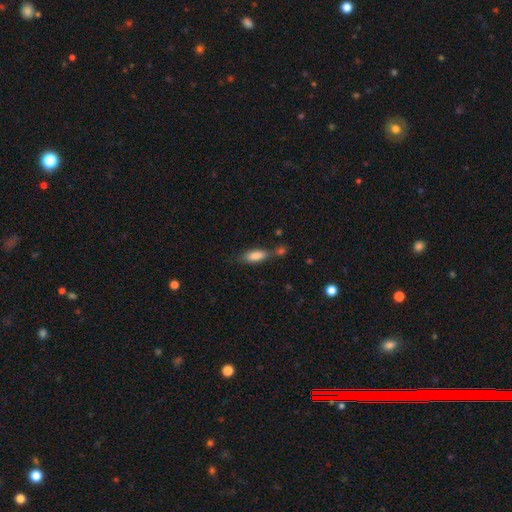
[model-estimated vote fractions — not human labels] Smooth or featured: smooth — 83% (featured or disk — 10%)
How rounded: in between — 72% (cigar-shaped — 26%)
Merging: none — 50% (merger — 25%)